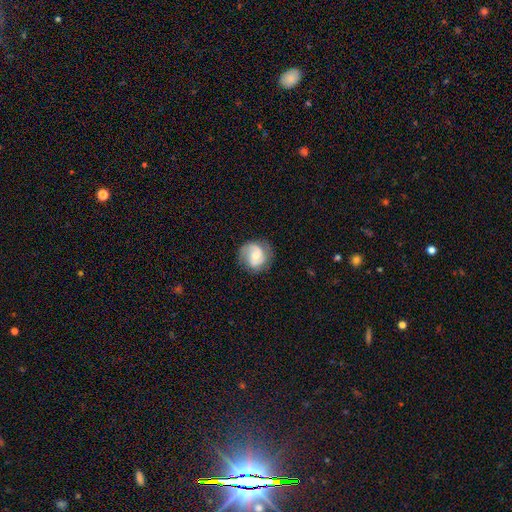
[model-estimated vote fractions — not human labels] Q: Smooth or featured?
A: featured or disk (66%); runner-up: smooth (27%)
Q: Edge-on disk?
A: no (98%); runner-up: yes (2%)
Q: Bar?
A: no (53%); runner-up: weak (39%)
Q: Spiral arms?
A: yes (92%); runner-up: no (8%)
Q: Spiral winding?
A: medium (44%); runner-up: tight (35%)
Q: Spiral arm count?
A: 2 (73%); runner-up: 1 (10%)
Q: Bulge size?
A: small (49%); runner-up: moderate (40%)
Q: Merging?
A: none (74%); runner-up: minor disturbance (18%)